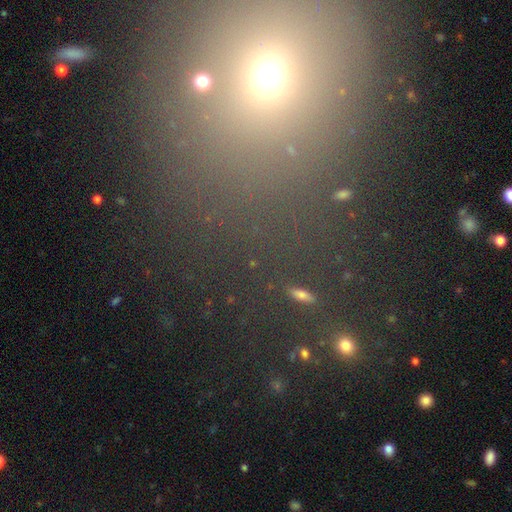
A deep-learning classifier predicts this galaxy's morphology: smooth-or-featured: smooth: 46% | star or artifact: 44% | featured or disk: 10%
  merging: none: 77% | minor disturbance: 10% | major disturbance: 7% | merger: 6%